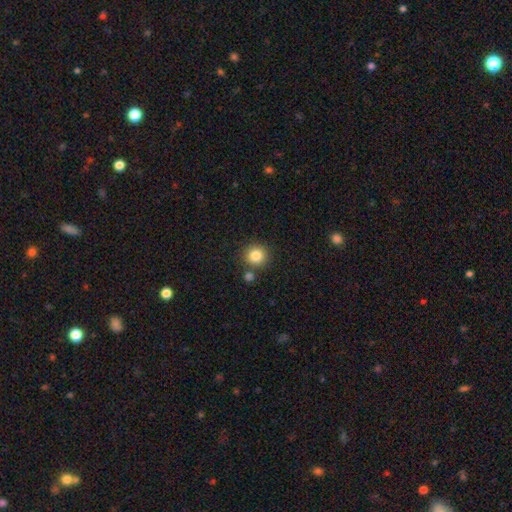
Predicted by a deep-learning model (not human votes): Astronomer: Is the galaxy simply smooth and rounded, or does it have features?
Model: smooth — 84%.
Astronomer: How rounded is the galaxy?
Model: round — 91%.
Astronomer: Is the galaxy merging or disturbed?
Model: none — 79%.